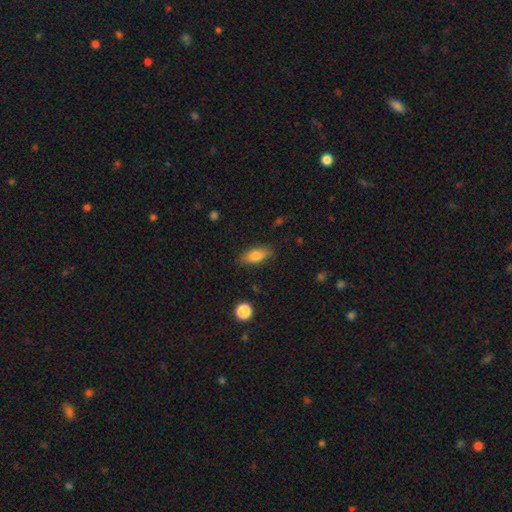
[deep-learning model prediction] Morphology: type=smooth (74%); roundness=in between (71%); merging=none (85%).